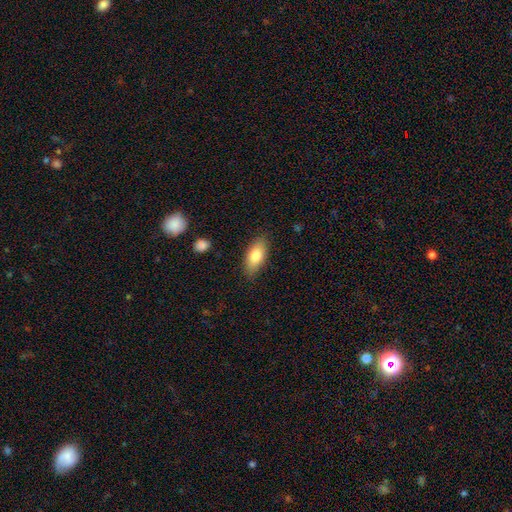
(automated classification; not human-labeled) This appears to be a smooth galaxy with no disk features (78%) that is in between round and cigar-shaped (85%). Merging: none (84%).